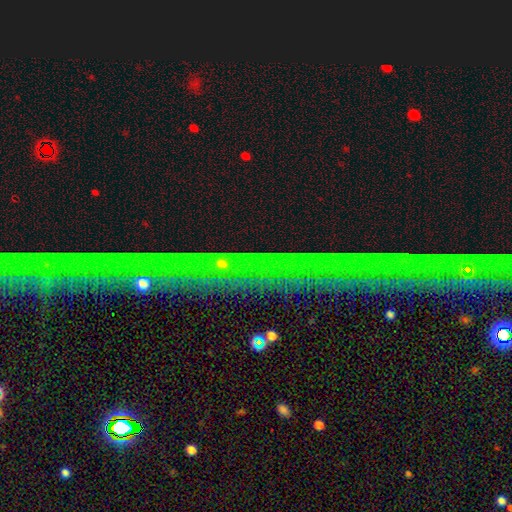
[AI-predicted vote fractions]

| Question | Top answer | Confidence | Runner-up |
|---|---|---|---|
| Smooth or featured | star or artifact | 83% | featured or disk (10%) |